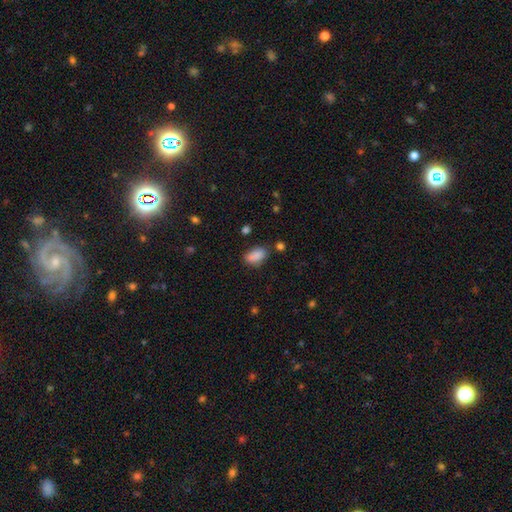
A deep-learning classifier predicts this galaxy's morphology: Smooth or featured? Predicted: smooth (p=0.87). How rounded? Predicted: in between (p=0.90). Merging? Predicted: none (p=0.72).